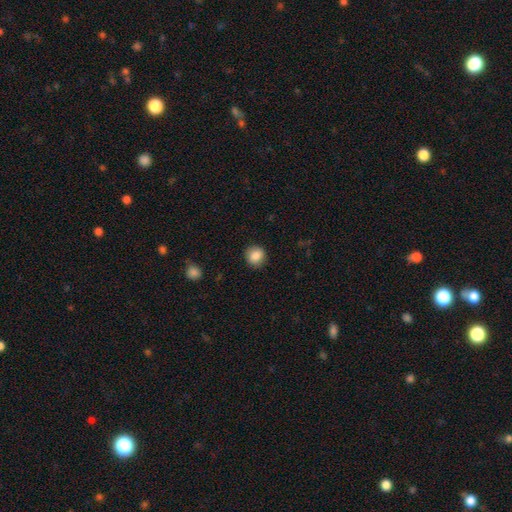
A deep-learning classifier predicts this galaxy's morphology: Smooth or featured?
  - smooth: 87% *
  - star or artifact: 9%
  - featured or disk: 5%
How rounded?
  - round: 86% *
  - in between: 13%
  - cigar-shaped: 1%
Merging?
  - none: 89% *
  - minor disturbance: 8%
  - major disturbance: 2%
  - merger: 1%